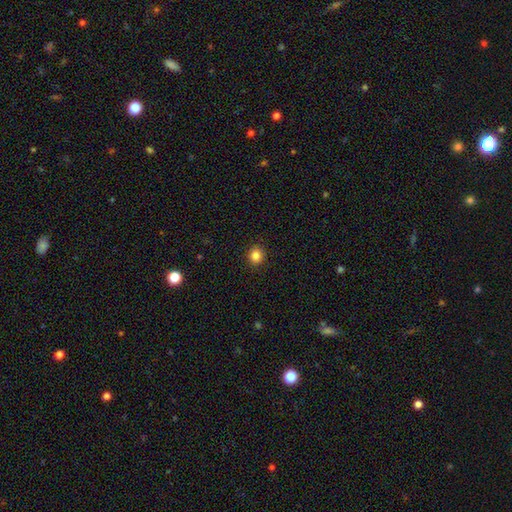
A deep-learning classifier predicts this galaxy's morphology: smooth_or_featured: smooth (p=0.84) [alt: star or artifact p=0.11]
how_rounded: round (p=0.85) [alt: in between p=0.14]
merging: none (p=0.92) [alt: minor disturbance p=0.05]